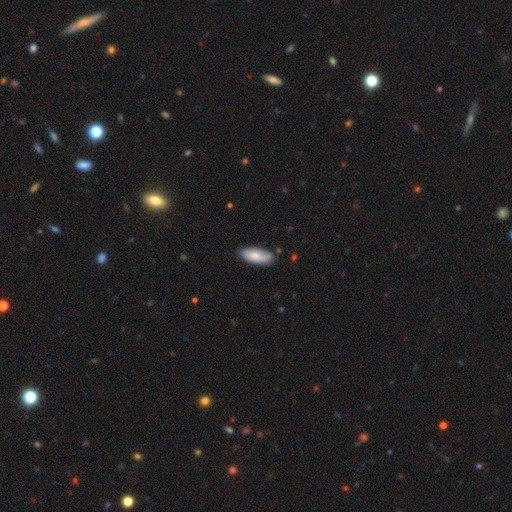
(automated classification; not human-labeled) Overall: smooth (77%). How rounded: in between (81%). Merging: none (81%).